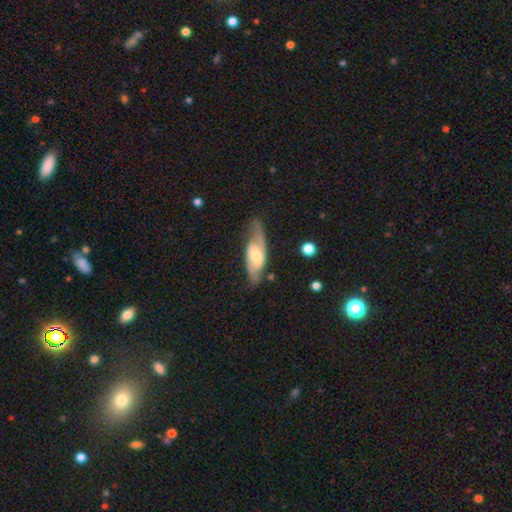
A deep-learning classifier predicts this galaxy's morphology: type=featured or disk (71%); edge-on=no (81%); bar=no (58%); spiral arms=yes (86%); bulge=moderate (54%); merging=none (64%).